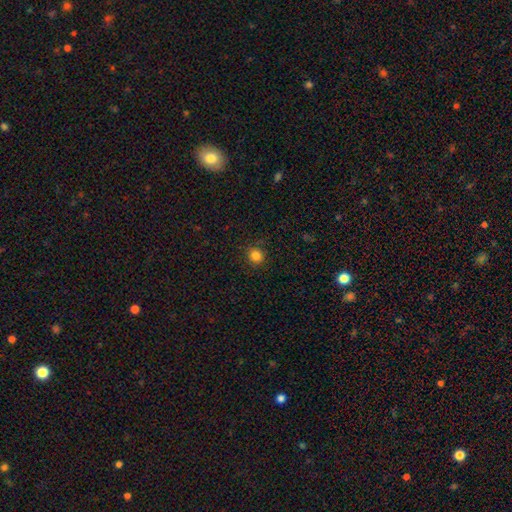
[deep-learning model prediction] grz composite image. It shows a smooth galaxy with no disk features (84%) that is round (90%). Merging: none (90%).